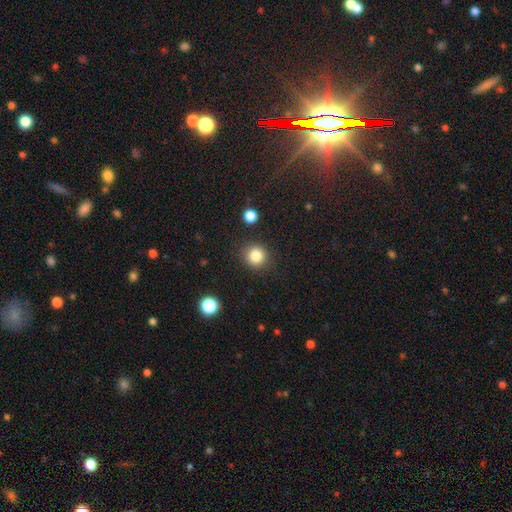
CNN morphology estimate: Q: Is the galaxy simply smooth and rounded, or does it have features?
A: smooth — 83%.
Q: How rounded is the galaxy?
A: round — 92%.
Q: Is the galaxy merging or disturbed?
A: none — 89%.